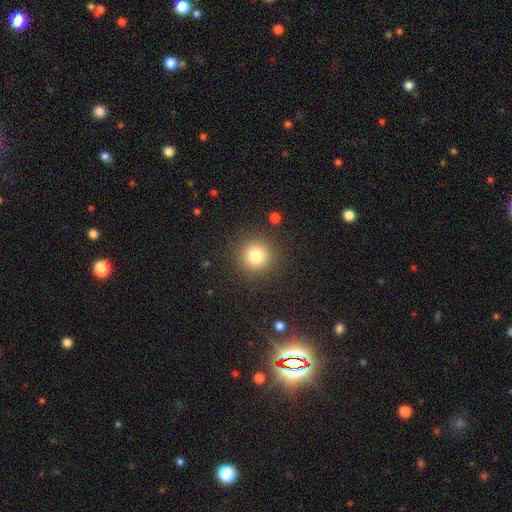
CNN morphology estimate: Smooth or featured? Predicted: smooth (p=0.80). How rounded? Predicted: round (p=0.94). Merging? Predicted: none (p=0.89).